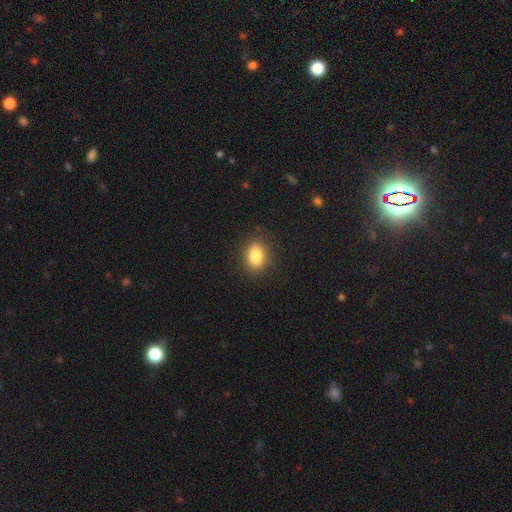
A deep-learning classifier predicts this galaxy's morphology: This appears to be a smooth galaxy with no disk features (85%) that is in between round and cigar-shaped (71%). Merging: none (87%).